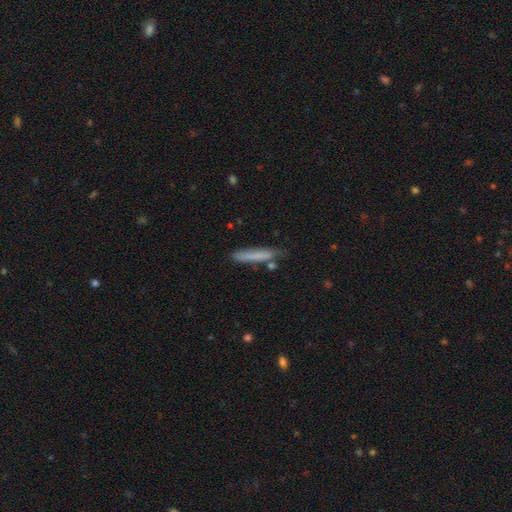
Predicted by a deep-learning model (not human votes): Smooth or featured? Predicted: smooth (p=0.73). How rounded? Predicted: cigar-shaped (p=0.93). Merging? Predicted: none (p=0.70).